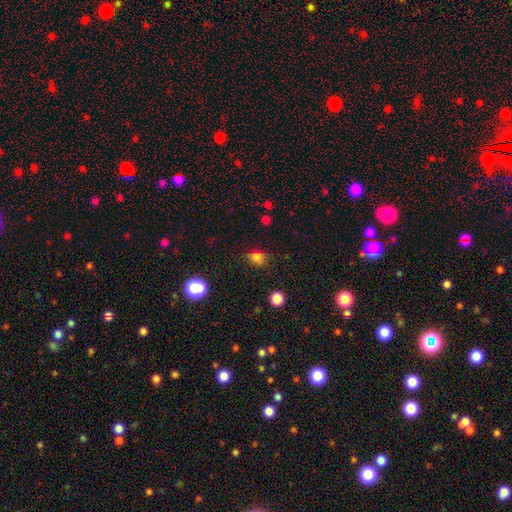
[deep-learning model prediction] Smooth or featured? Predicted: smooth (p=0.75). How rounded? Predicted: in between (p=0.55). Merging? Predicted: none (p=0.69).